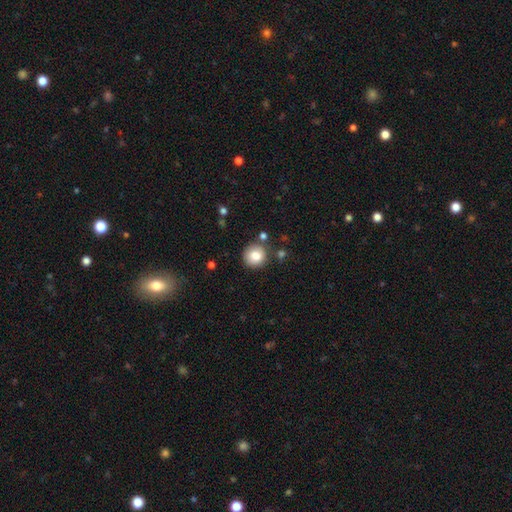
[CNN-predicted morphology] A smooth galaxy with no disk features (81%) that is round (92%).

Vote fractions:
- Smooth or featured? smooth: 81% / star or artifact: 10% / featured or disk: 9%
- How rounded? round: 92% / in between: 7% / cigar-shaped: 1%
- Merging? none: 83% / minor disturbance: 9% / merger: 5% / major disturbance: 3%